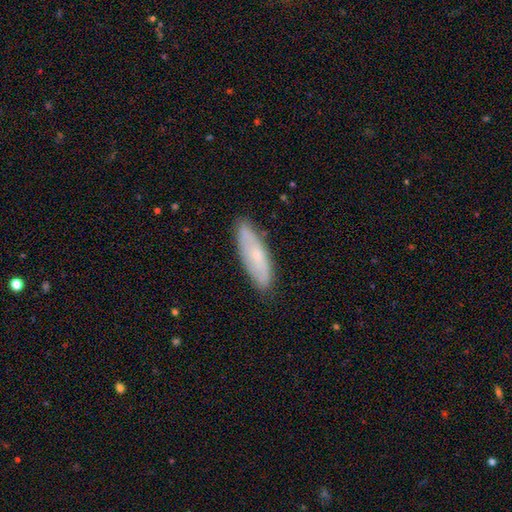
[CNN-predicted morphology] The model was most divided on "how rounded": cigar-shaped: 53%, in between: 45%, round: 2%. More confident: merging — none (84%); smooth or featured — smooth (51%).